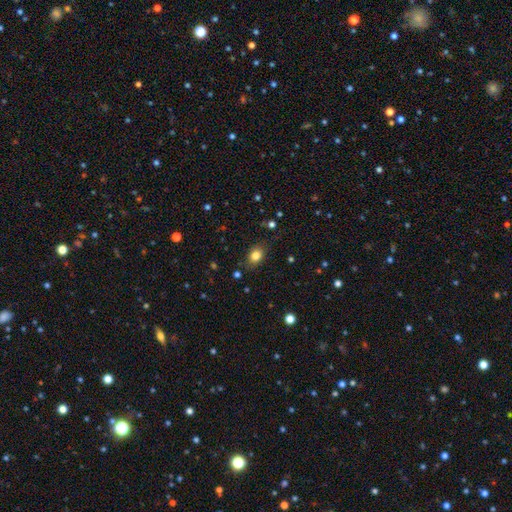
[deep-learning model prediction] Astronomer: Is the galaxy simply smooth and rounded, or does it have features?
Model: smooth — 82%.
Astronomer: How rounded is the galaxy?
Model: in between — 62%.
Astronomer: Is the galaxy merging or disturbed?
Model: none — 81%.